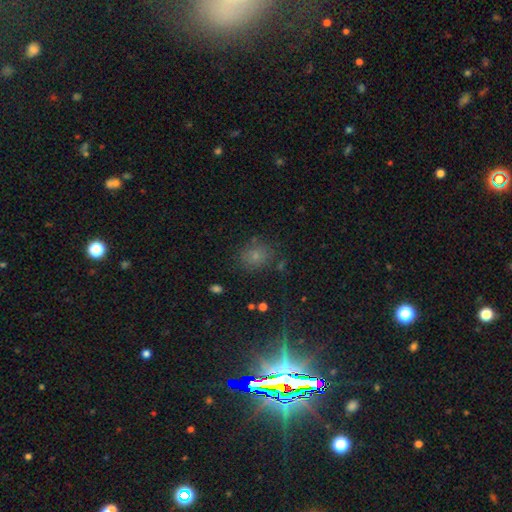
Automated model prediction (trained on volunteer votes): Smooth or featured? smooth (63%)
How rounded? round (67%)
Merging? none (78%)